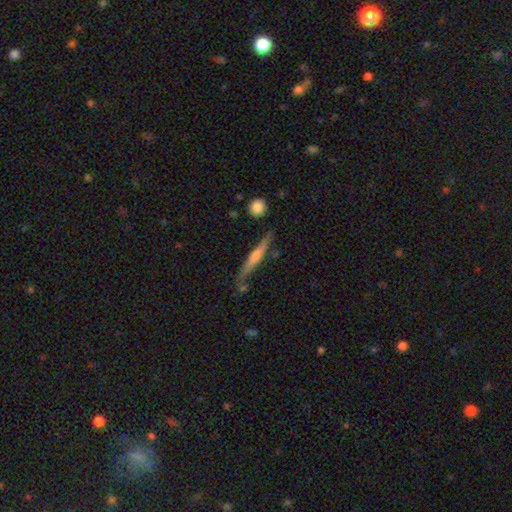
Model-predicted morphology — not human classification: Overall: featured or disk (58%; smooth 35%). Edge-on disk: yes (96%). Edge-on bulge: rounded (51%; none 28%). Merging: none (76%).